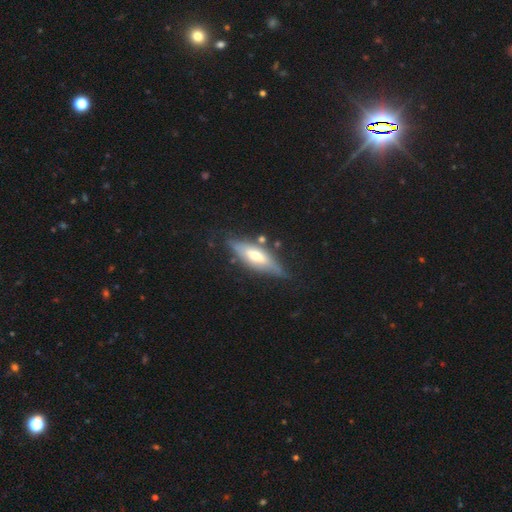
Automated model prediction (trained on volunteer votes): A featured or disk galaxy (59%) viewed edge-on (76%).

Vote fractions:
- Smooth or featured? featured or disk: 59% / smooth: 35% / star or artifact: 6%
- Edge-on disk? yes: 76% / no: 24%
- Merging? none: 71% / minor disturbance: 20% / major disturbance: 5% / merger: 4%